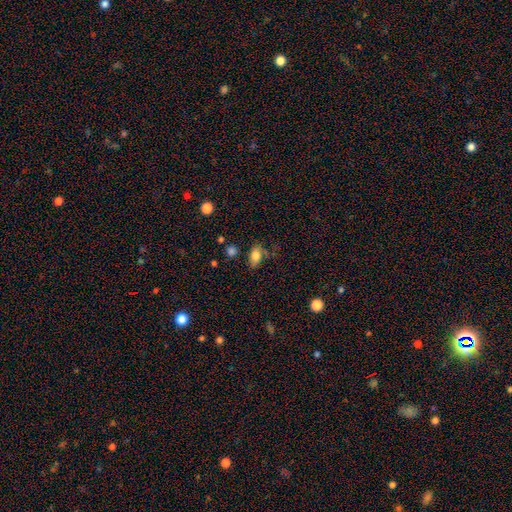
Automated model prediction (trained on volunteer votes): This is clearly a smooth galaxy (81%). How rounded: clearly in between (86%). Merging: likely none (69%).